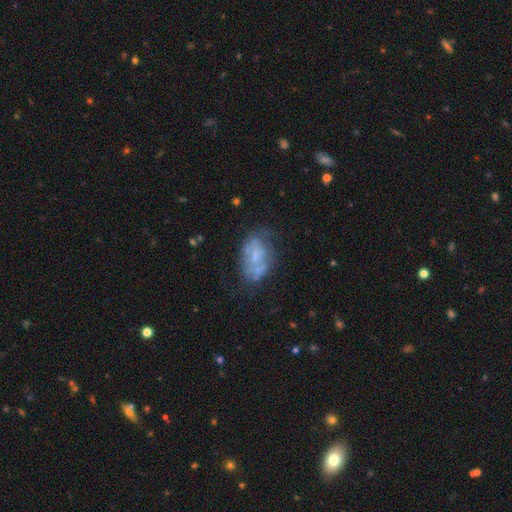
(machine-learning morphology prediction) Smooth or featured? Predicted: featured or disk (p=0.55). Edge-on disk? Predicted: no (p=0.97). Bar? Predicted: no (p=0.82). Spiral arms? Predicted: no (p=0.81). Bulge size? Predicted: none (p=0.46). Merging? Predicted: none (p=0.40).